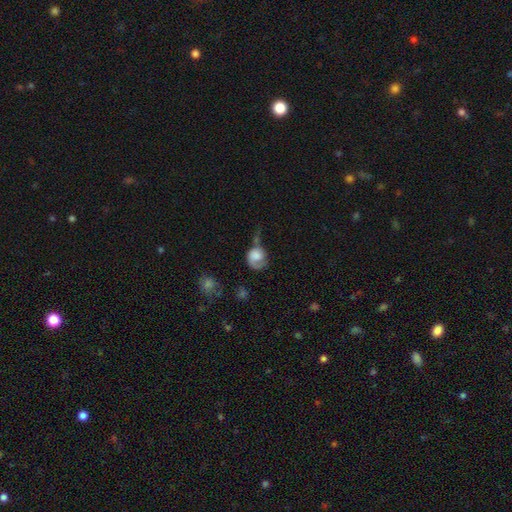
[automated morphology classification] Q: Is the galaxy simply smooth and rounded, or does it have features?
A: smooth — 60%.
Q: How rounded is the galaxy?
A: round — 71%.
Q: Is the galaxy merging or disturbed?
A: major disturbance — 35%.